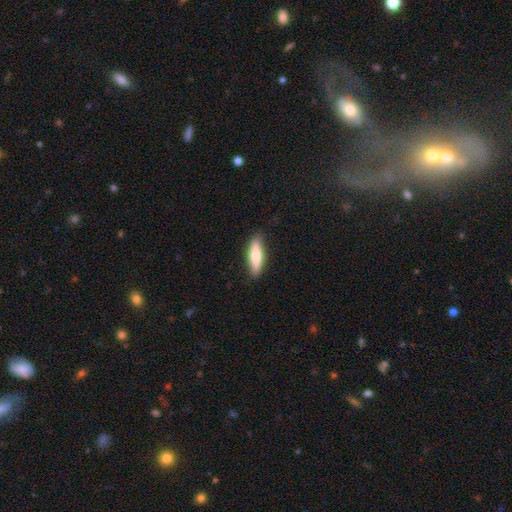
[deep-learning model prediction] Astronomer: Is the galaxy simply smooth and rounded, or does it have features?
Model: smooth — 65%.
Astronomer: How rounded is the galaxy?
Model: cigar-shaped — 64%.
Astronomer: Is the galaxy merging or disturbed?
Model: none — 85%.